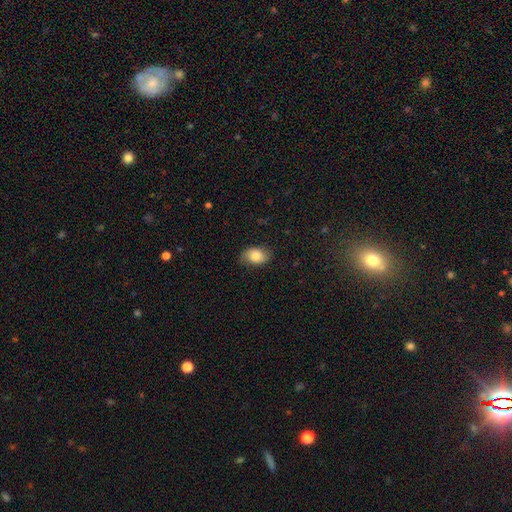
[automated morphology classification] Smooth or featured: smooth — 80% (featured or disk — 12%)
How rounded: in between — 82% (round — 17%)
Merging: none — 77% (minor disturbance — 18%)